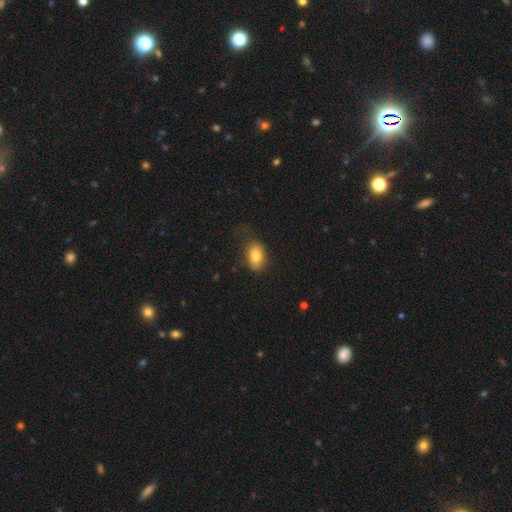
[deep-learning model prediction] smooth_or_featured: smooth (p=0.80) [alt: featured or disk p=0.11]
how_rounded: in between (p=0.80) [alt: round p=0.19]
merging: none (p=0.73) [alt: minor disturbance p=0.20]